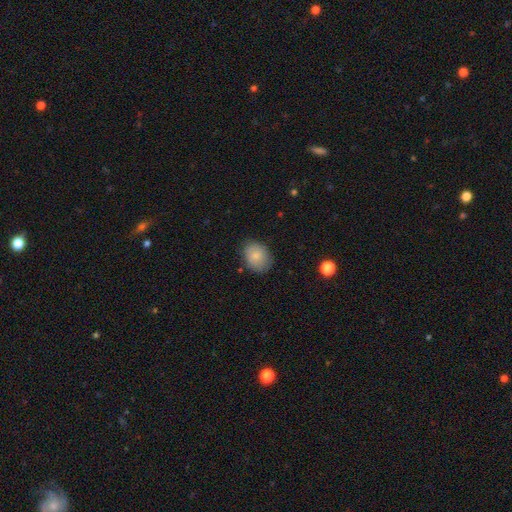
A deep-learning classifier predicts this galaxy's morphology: This is clearly a smooth galaxy (82%). How rounded: possibly in between (53%). Merging: likely none (78%).